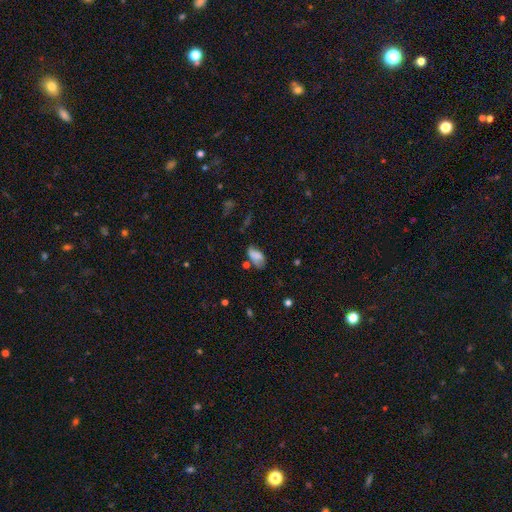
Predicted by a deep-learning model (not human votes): smooth-or-featured: smooth: 70% | featured or disk: 19% | star or artifact: 10%
  how-rounded: in between: 91% | round: 5% | cigar-shaped: 3%
  merging: none: 44% | minor disturbance: 31% | major disturbance: 15% | merger: 10%